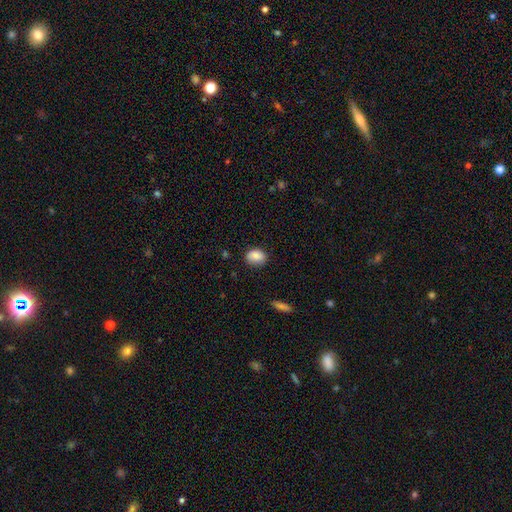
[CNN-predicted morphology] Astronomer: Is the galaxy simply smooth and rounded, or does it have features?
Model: smooth — 85%.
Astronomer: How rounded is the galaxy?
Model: in between — 66%.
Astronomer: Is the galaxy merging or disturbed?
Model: none — 81%.